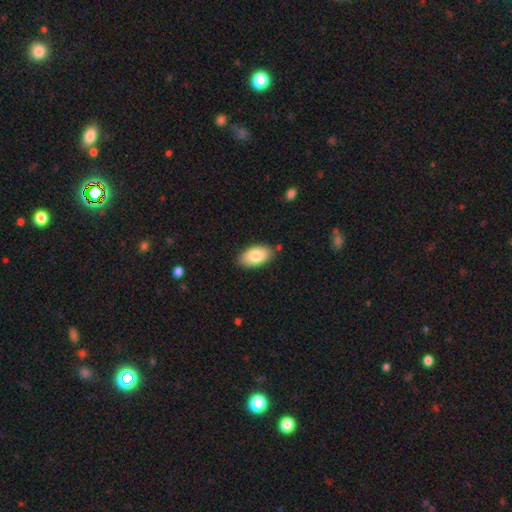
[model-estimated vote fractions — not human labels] Smooth or featured: smooth — 82% (featured or disk — 12%)
How rounded: in between — 94% (round — 4%)
Merging: none — 83% (minor disturbance — 12%)